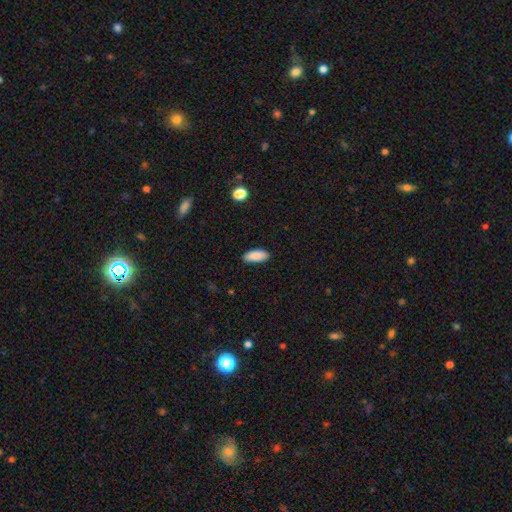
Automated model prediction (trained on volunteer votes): Morphology: type=smooth (89%); roundness=in between (86%); merging=none (87%).